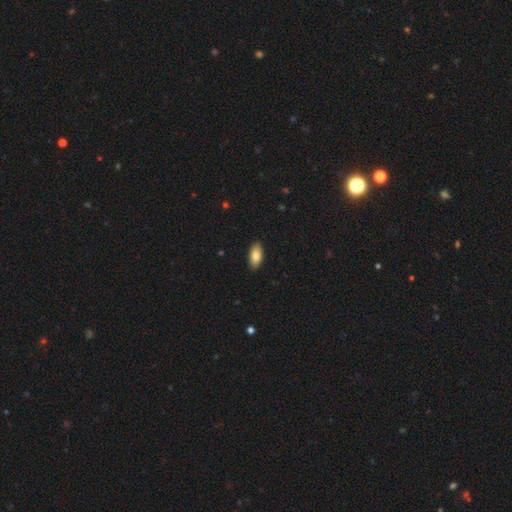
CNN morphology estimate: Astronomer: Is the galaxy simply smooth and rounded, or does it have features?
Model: smooth — 80%.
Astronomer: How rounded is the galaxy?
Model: in between — 92%.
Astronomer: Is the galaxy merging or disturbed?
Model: none — 90%.